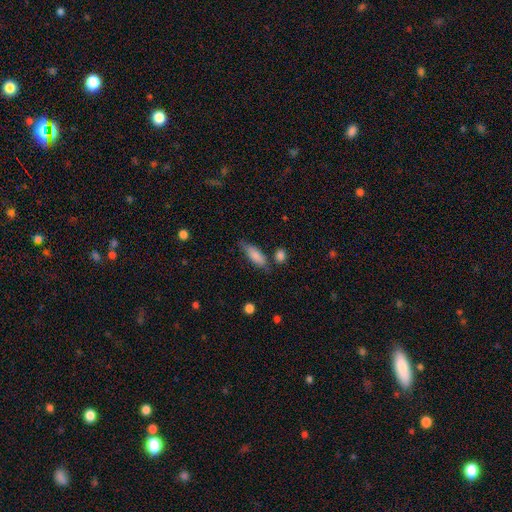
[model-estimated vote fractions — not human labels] This is clearly a smooth galaxy (84%). How rounded: likely in between (65%). Merging: likely none (62%).